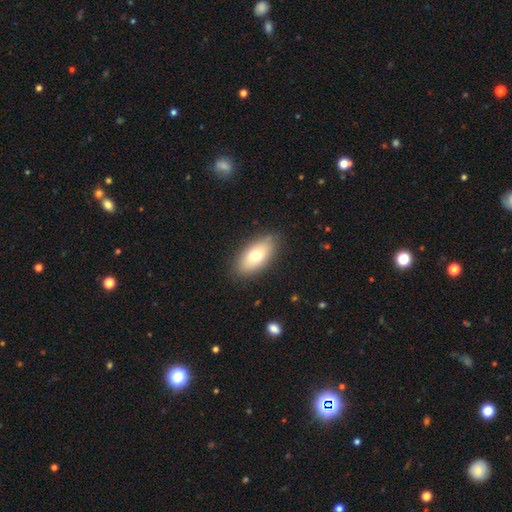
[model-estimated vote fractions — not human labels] Morphology: type=smooth (71%); roundness=in between (90%); merging=none (84%).